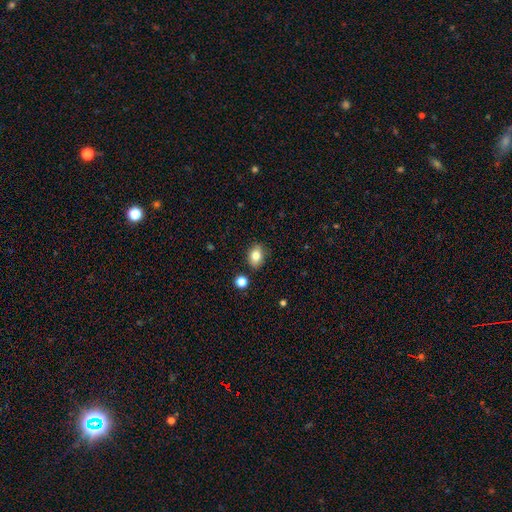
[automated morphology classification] Q: Smooth or featured?
A: smooth (80%); runner-up: featured or disk (10%)
Q: How rounded?
A: in between (73%); runner-up: round (25%)
Q: Merging?
A: none (83%); runner-up: minor disturbance (11%)